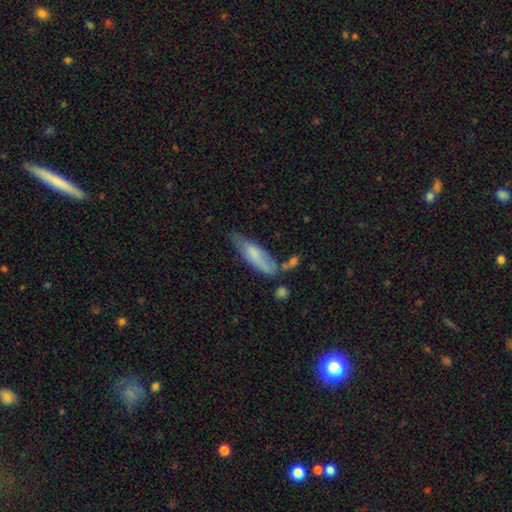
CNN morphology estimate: Smooth or featured? smooth (68%)
How rounded? cigar-shaped (58%)
Merging? none (43%)